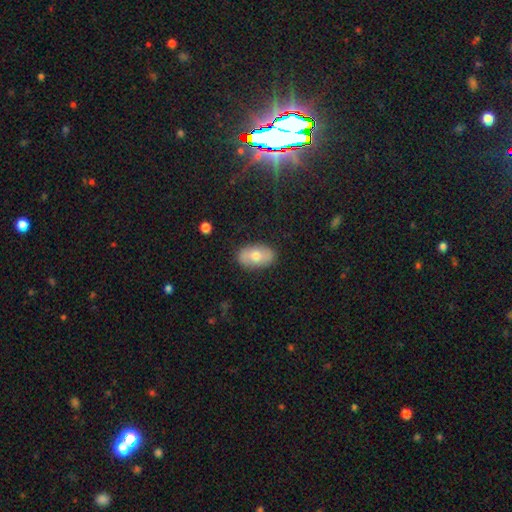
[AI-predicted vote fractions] Morphology: type=smooth (61%); roundness=in between (91%); merging=none (84%).